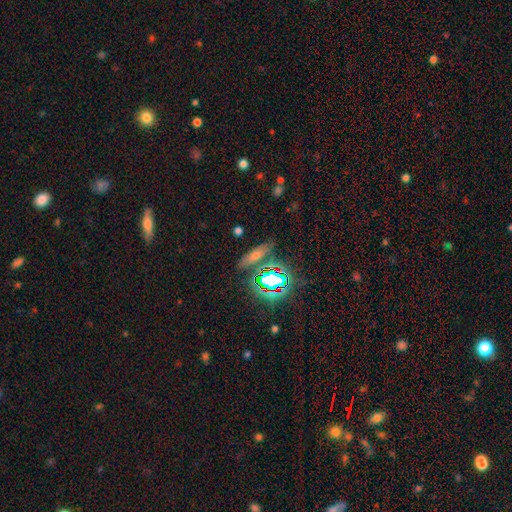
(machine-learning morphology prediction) A smooth galaxy with no disk features (38%, tied with star or artifact). Merging: none (81%).